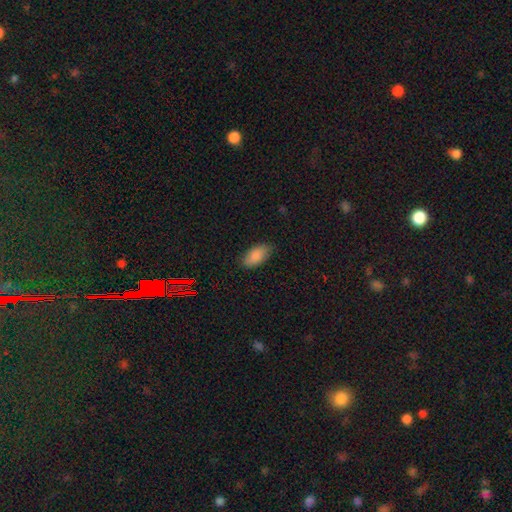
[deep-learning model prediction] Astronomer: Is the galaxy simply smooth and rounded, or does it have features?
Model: smooth — 88%.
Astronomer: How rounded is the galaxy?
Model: in between — 93%.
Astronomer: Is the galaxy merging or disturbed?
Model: none — 82%.